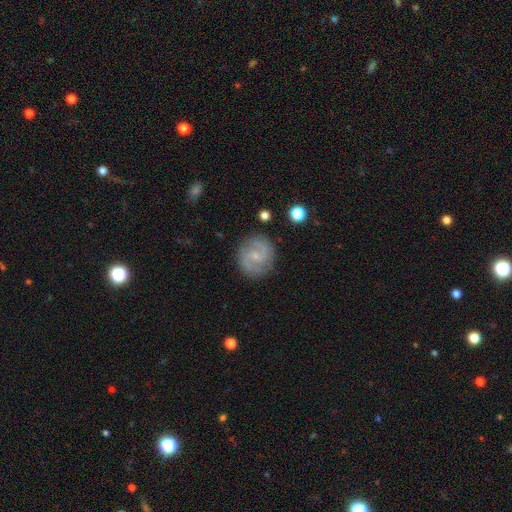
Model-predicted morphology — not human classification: The model was most divided on "bar": no: 47%, weak: 45%, strong: 9%. Remaining: edge-on disk — no (98%); spiral arms — yes (93%); spiral arm count — 2 (86%); merging — none (85%); smooth or featured — featured or disk (74%); bulge size — small (71%); spiral winding — medium (50%).